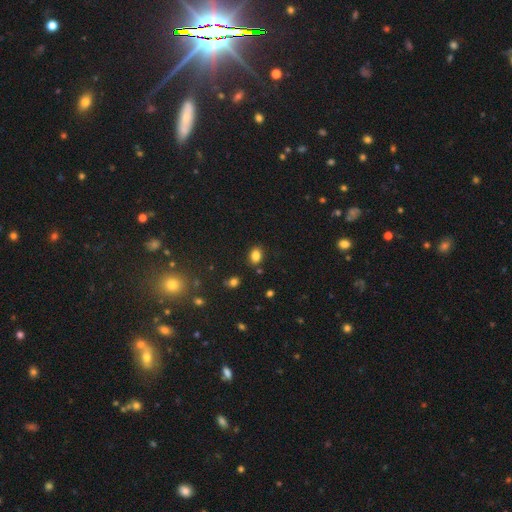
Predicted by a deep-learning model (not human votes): This is clearly a smooth galaxy (83%). How rounded: likely in between (71%). Merging: clearly none (83%).